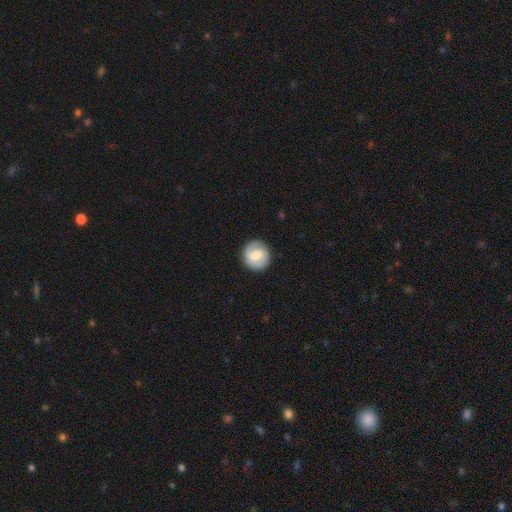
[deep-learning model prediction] This appears to be a smooth galaxy with no disk features (49%). Merging: none (86%).